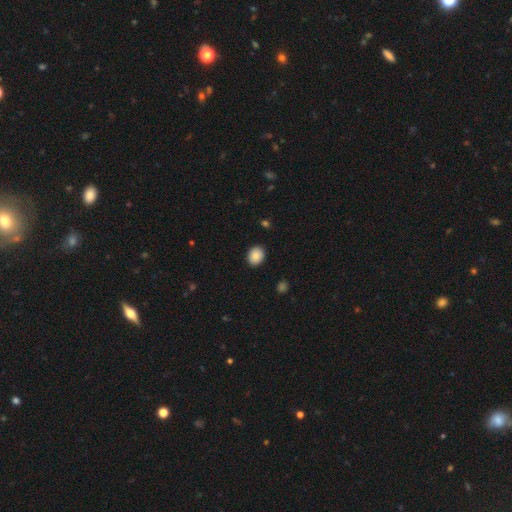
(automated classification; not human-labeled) Morphology: type=smooth (87%); roundness=round (54%); merging=none (90%).